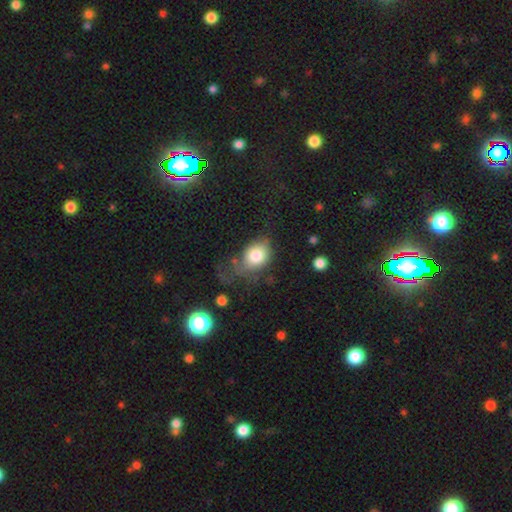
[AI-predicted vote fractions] This appears to be a smooth galaxy with no disk features (77%) that is in between round and cigar-shaped (58%). Merging: none (38%).